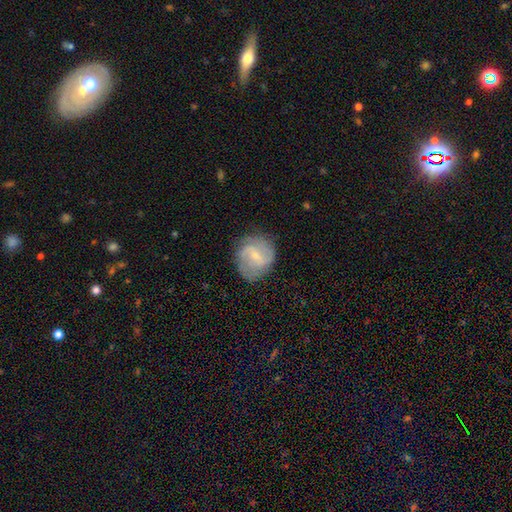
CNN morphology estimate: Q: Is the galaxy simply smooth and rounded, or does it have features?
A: featured or disk — 69%.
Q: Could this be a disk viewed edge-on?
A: no — 98%.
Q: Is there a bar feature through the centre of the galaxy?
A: weak — 58%.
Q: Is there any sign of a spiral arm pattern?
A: yes — 88%.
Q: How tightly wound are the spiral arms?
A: medium — 47%.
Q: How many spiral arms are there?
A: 2 — 67%.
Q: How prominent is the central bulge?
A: small — 69%.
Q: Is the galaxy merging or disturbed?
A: none — 74%.